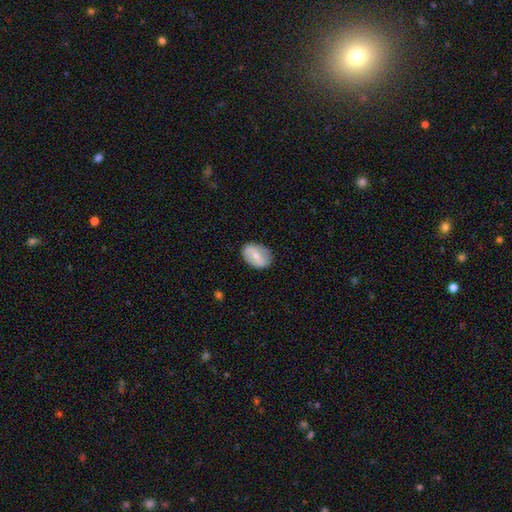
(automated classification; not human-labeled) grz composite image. It shows a smooth galaxy with no disk features (52%) that is in between round and cigar-shaped (78%). Merging: none (84%).